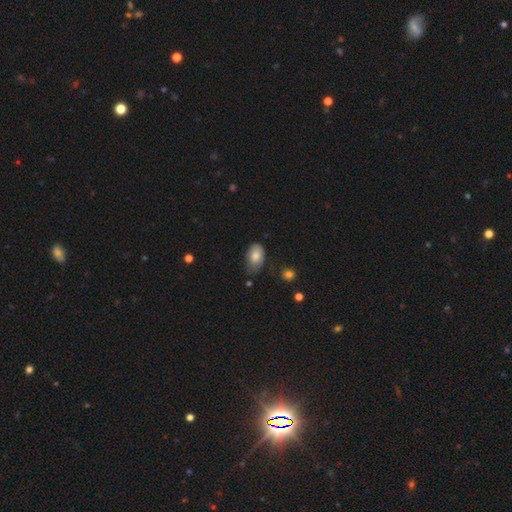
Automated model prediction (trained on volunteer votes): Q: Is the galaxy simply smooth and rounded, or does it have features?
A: smooth — 79%.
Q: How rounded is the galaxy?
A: in between — 91%.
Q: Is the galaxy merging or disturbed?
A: none — 50%.